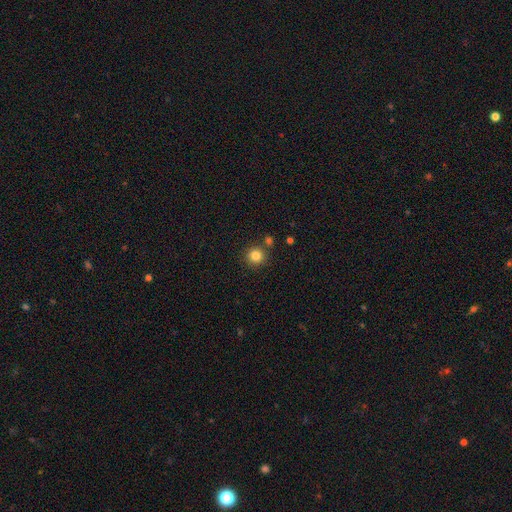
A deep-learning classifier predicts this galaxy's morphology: Overall: smooth (83%). How rounded: round (93%). Merging: none (83%).